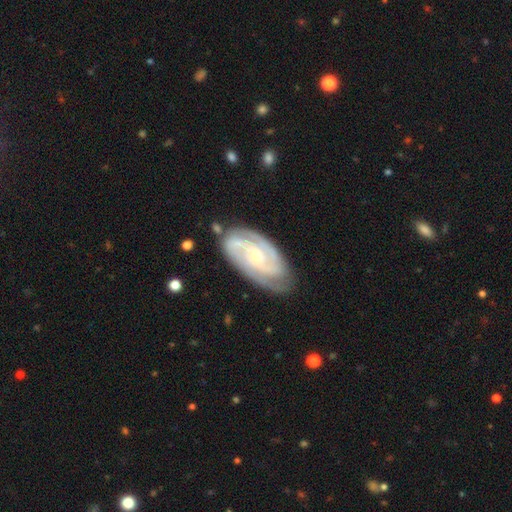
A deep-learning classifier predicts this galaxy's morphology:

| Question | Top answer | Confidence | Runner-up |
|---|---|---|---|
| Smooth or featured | featured or disk | 89% | smooth (7%) |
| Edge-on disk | no | 96% | yes (4%) |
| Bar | no | 61% | weak (30%) |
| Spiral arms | yes | 98% | no (2%) |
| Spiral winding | tight | 61% | medium (34%) |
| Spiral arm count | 2 | 39% | 3 (37%) |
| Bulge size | small | 68% | moderate (28%) |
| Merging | none | 78% | minor disturbance (16%) |